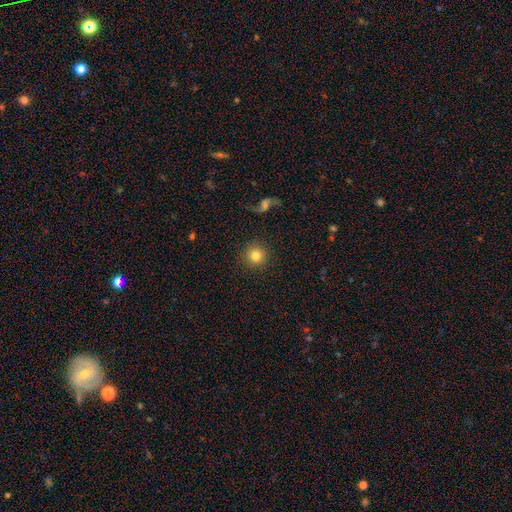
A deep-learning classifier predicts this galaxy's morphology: smooth 80%, star or artifact 11%, featured or disk 9%. Down the decision tree: how rounded — round (95%); merging — none (90%).